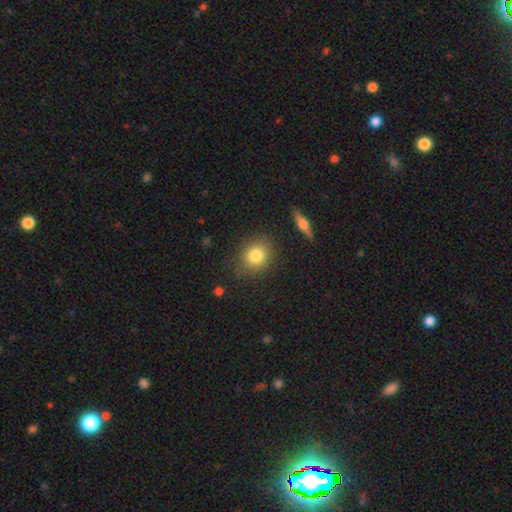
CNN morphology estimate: Smooth or featured? smooth (81%)
How rounded? round (69%)
Merging? none (82%)